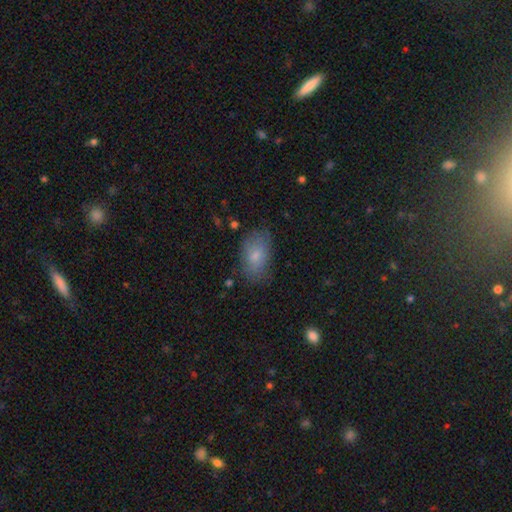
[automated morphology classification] smooth 78%, featured or disk 14%, star or artifact 8%. Down the decision tree: how rounded — in between (91%); merging — none (74%).